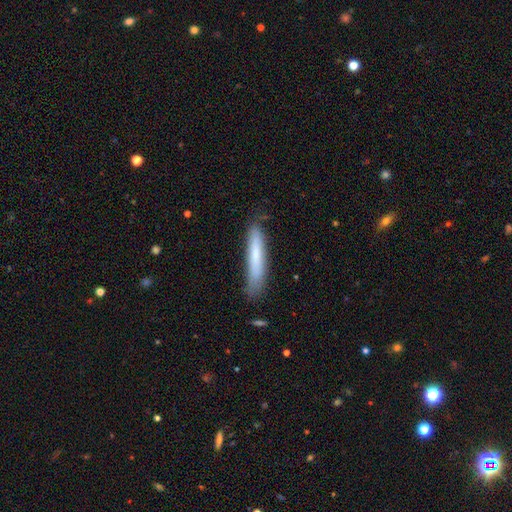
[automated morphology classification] smooth_or_featured: smooth (p=0.72) [alt: featured or disk p=0.22]
how_rounded: cigar-shaped (p=0.91) [alt: in between p=0.08]
merging: none (p=0.76) [alt: minor disturbance p=0.19]